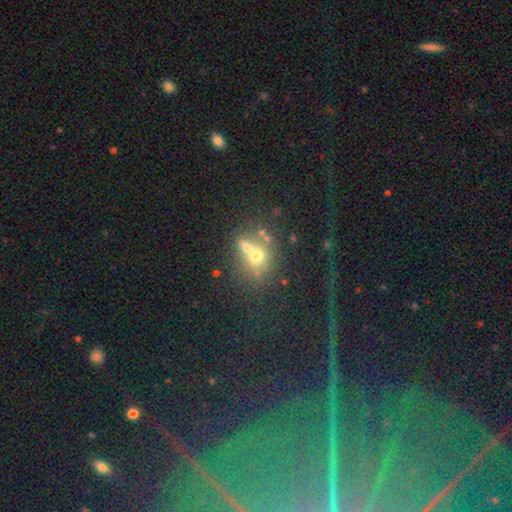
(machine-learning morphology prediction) Smooth or featured? Predicted: smooth (p=0.58). How rounded? Predicted: round (p=0.72). Merging? Predicted: merger (p=0.46).